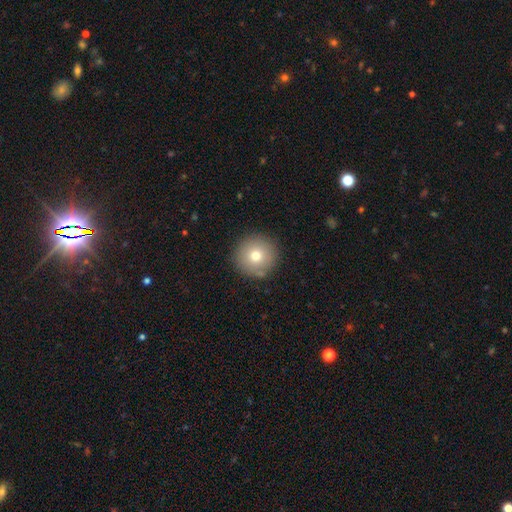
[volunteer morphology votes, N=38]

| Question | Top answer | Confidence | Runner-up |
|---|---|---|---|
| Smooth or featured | smooth | 76% | featured or disk (18%) |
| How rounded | round | 97% | in between (3%) |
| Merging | none | 89% | minor disturbance (8%) |